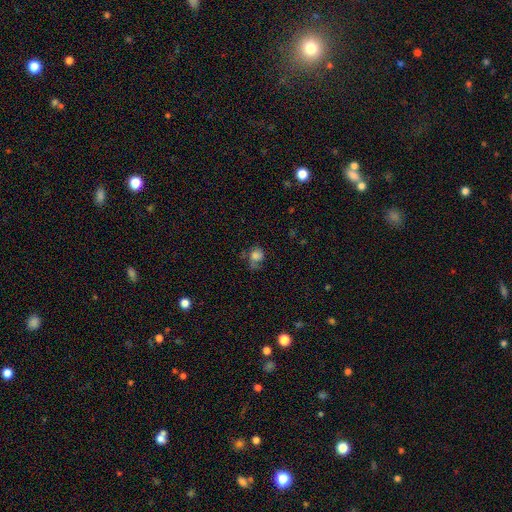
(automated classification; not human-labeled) Smooth or featured? smooth (55%)
How rounded? round (59%)
Merging? none (42%)